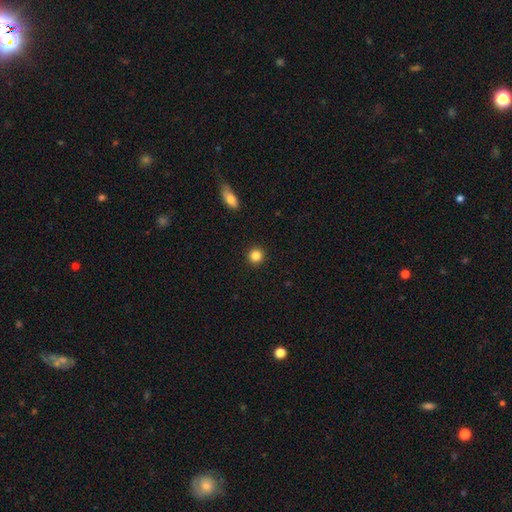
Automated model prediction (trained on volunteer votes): Smooth or featured? Predicted: smooth (p=0.85). How rounded? Predicted: round (p=0.93). Merging? Predicted: none (p=0.93).